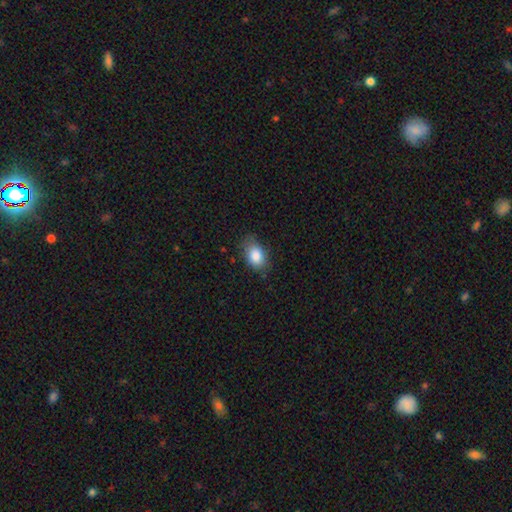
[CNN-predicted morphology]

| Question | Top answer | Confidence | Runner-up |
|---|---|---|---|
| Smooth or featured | smooth | 84% | star or artifact (8%) |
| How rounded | in between | 80% | round (19%) |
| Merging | none | 72% | minor disturbance (22%) |